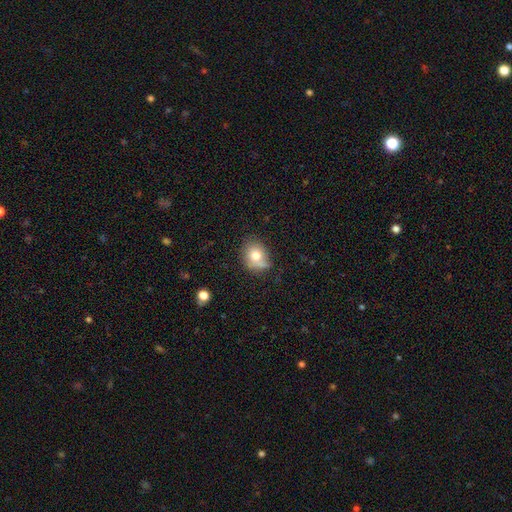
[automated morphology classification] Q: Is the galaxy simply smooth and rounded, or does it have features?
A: smooth — 74%.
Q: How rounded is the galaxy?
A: round — 61%.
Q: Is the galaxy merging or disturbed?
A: none — 53%.